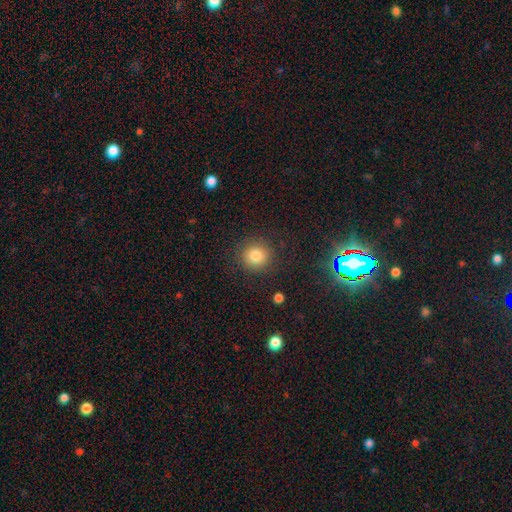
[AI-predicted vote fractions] smooth-or-featured: smooth: 81% | star or artifact: 12% | featured or disk: 7%
  how-rounded: round: 90% | in between: 9% | cigar-shaped: 1%
  merging: none: 87% | minor disturbance: 8% | major disturbance: 3% | merger: 2%